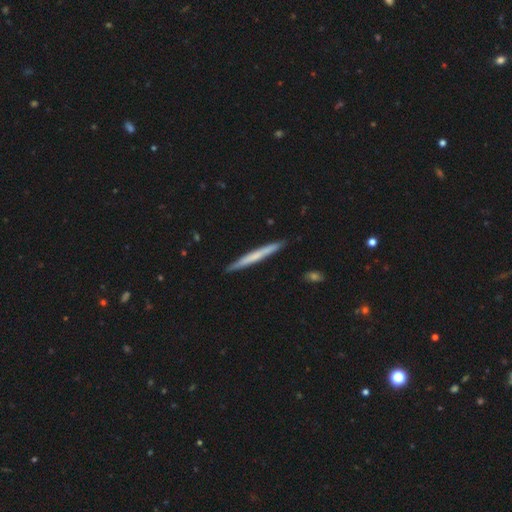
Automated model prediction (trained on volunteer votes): Smooth or featured: smooth — 52% (featured or disk — 43%)
How rounded: cigar-shaped — 97% (in between — 2%)
Merging: none — 91% (minor disturbance — 7%)